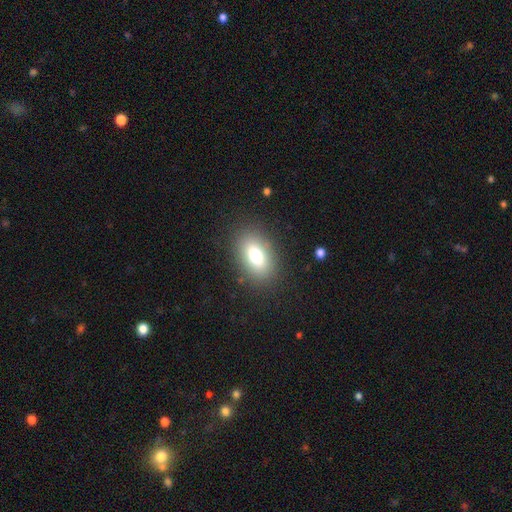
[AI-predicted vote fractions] smooth_or_featured: smooth (p=0.75) [alt: featured or disk p=0.15]
how_rounded: in between (p=0.86) [alt: round p=0.10]
merging: none (p=0.85) [alt: minor disturbance p=0.10]